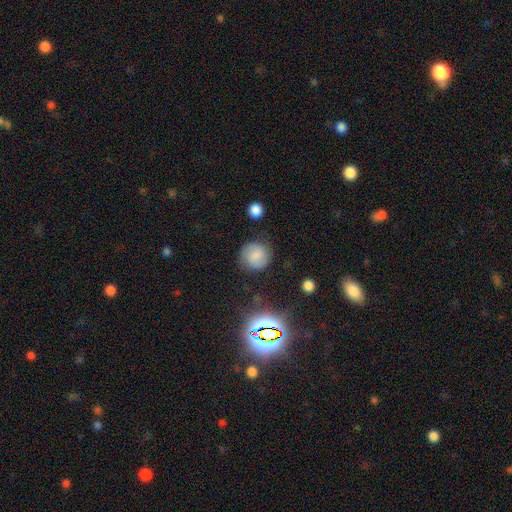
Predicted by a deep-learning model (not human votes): Smooth or featured?
  - smooth: 61% *
  - featured or disk: 27%
  - star or artifact: 12%
How rounded?
  - round: 89% *
  - in between: 10%
  - cigar-shaped: 1%
Merging?
  - none: 80% *
  - minor disturbance: 13%
  - major disturbance: 5%
  - merger: 2%